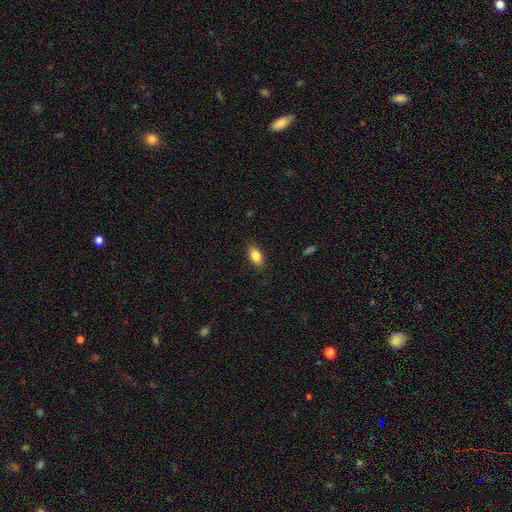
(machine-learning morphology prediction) The model was most divided on "smooth or featured": smooth: 84%, featured or disk: 9%, star or artifact: 7%. More confident: how rounded — in between (88%); merging — none (86%).